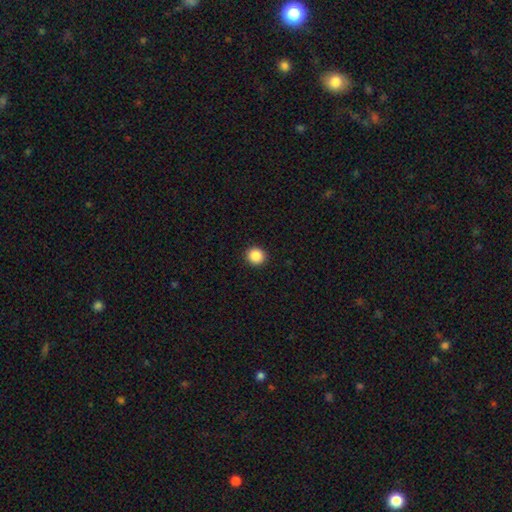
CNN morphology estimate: This appears to be a smooth galaxy with no disk features (88%) that is round (93%). Merging: none (93%).